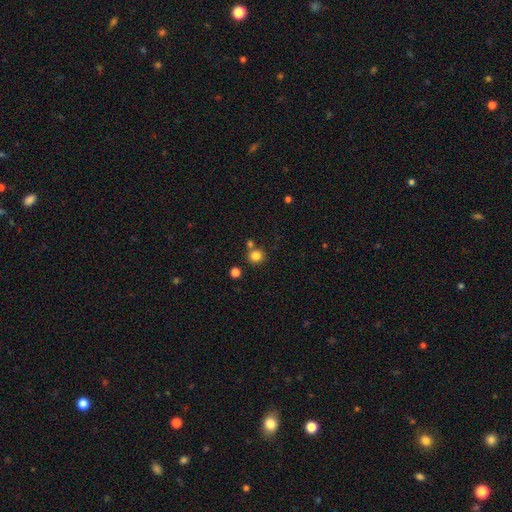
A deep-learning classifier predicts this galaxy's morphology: This appears to be a smooth galaxy with no disk features (82%) that is round (90%). Merging: none (71%).